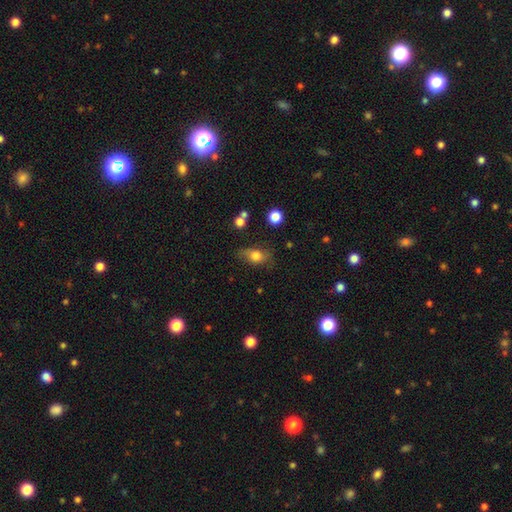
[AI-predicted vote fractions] Overall: smooth (72%). How rounded: in between (71%). Merging: none (61%; minor disturbance 26%).